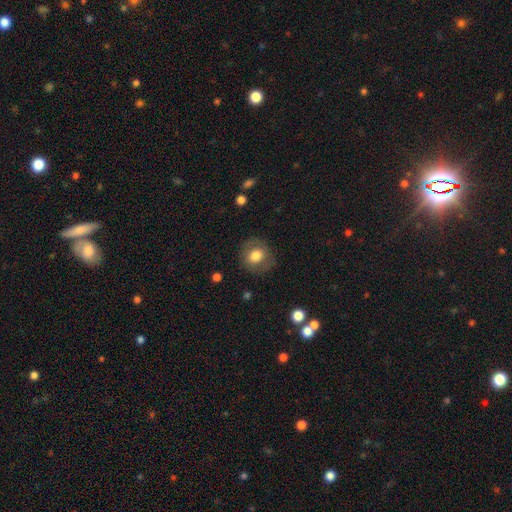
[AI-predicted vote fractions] smooth-or-featured: smooth: 72% | featured or disk: 20% | star or artifact: 9%
  how-rounded: round: 71% | in between: 28% | cigar-shaped: 1%
  merging: none: 80% | minor disturbance: 13% | major disturbance: 6% | merger: 1%